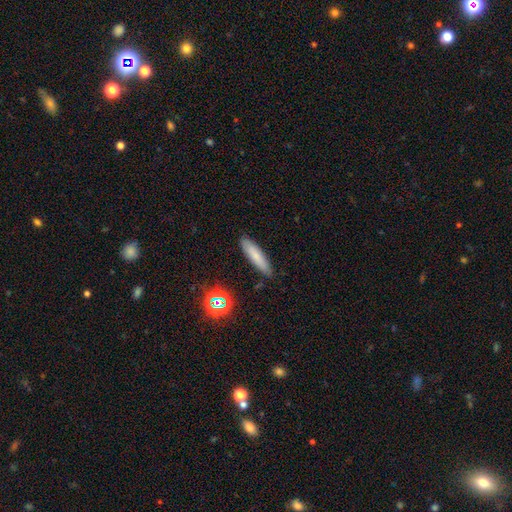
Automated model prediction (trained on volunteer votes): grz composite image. It shows a smooth galaxy with no disk features (73%) that is cigar-shaped (80%). Merging: none (86%).